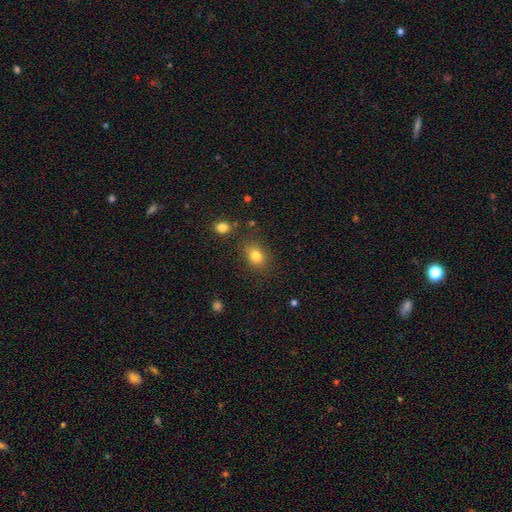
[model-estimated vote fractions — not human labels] Smooth or featured? smooth (81%)
How rounded? in between (57%)
Merging? none (80%)